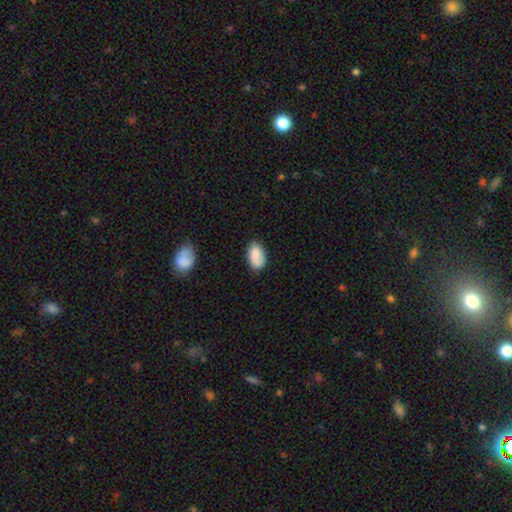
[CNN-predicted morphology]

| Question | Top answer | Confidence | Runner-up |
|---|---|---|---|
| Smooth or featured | smooth | 72% | featured or disk (21%) |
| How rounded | in between | 92% | round (6%) |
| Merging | none | 70% | minor disturbance (21%) |